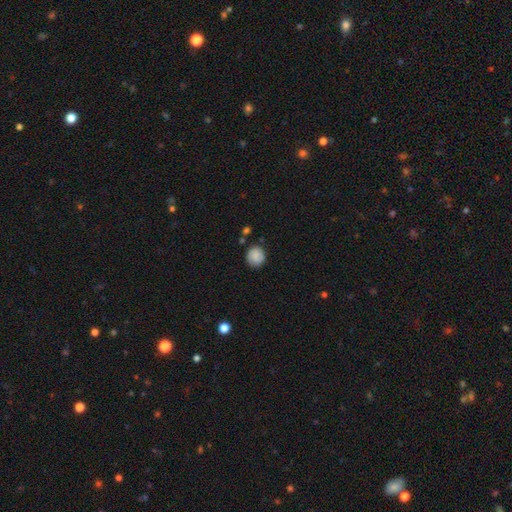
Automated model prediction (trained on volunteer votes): smooth-or-featured: smooth: 80% | featured or disk: 12% | star or artifact: 8%
  how-rounded: round: 86% | in between: 13% | cigar-shaped: 1%
  merging: none: 81% | minor disturbance: 13% | major disturbance: 3% | merger: 3%